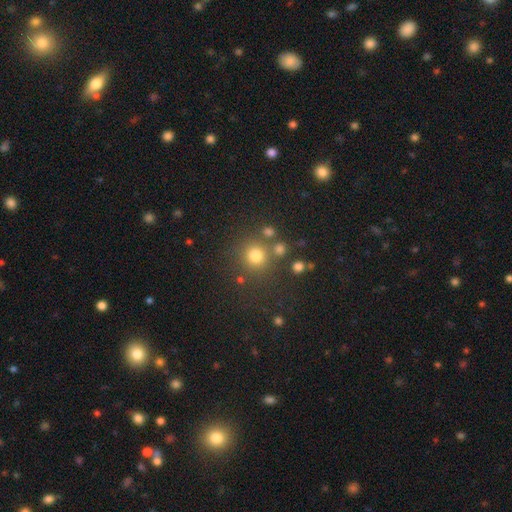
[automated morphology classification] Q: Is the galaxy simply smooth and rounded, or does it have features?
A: smooth — 76%.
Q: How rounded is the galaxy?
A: round — 92%.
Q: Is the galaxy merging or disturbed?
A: none — 76%.